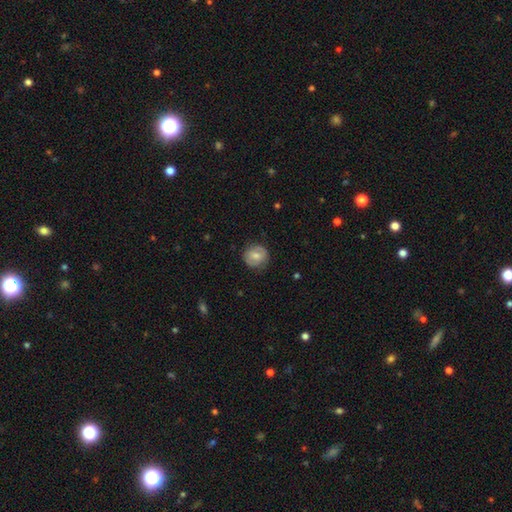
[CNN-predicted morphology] Overall: smooth (65%; featured or disk 28%). How rounded: round (84%). Merging: none (80%).